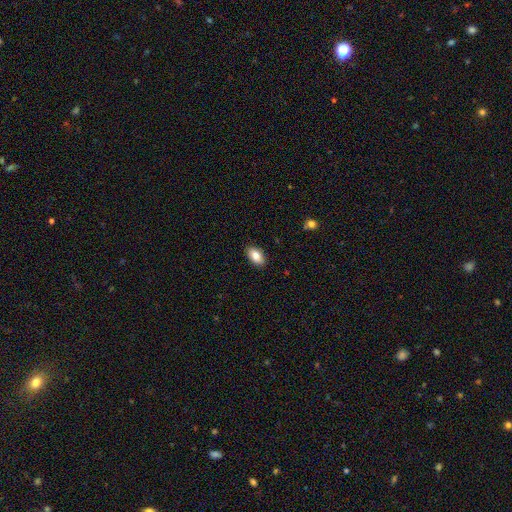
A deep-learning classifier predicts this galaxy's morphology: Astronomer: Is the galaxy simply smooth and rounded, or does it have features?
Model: smooth — 83%.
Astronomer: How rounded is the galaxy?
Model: in between — 92%.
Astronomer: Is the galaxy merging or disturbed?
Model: none — 89%.